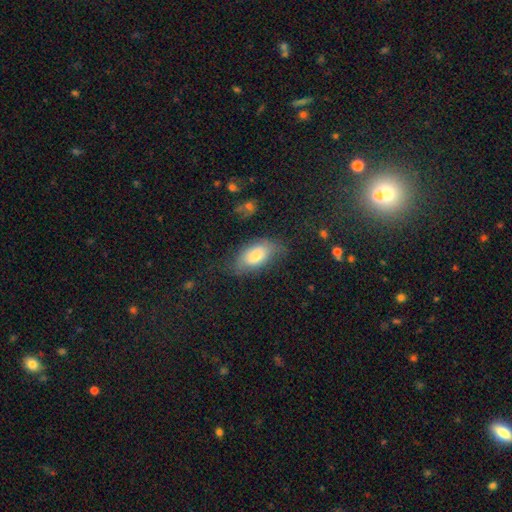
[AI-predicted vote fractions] Morphology: type=smooth (75%); roundness=in between (90%); merging=none (64%).